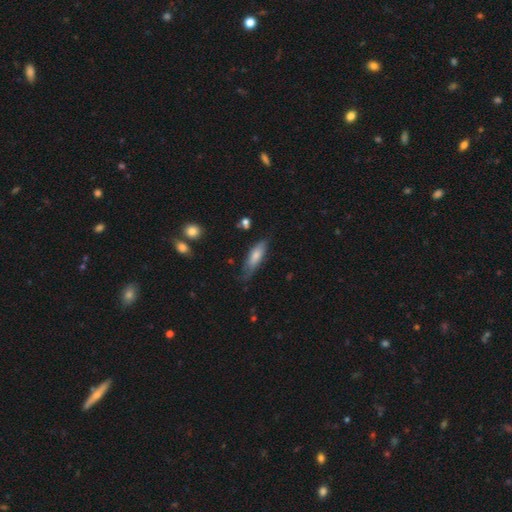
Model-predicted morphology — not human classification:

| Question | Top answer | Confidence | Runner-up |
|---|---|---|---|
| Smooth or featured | smooth | 72% | featured or disk (22%) |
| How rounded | in between | 52% | cigar-shaped (46%) |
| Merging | none | 57% | minor disturbance (32%) |